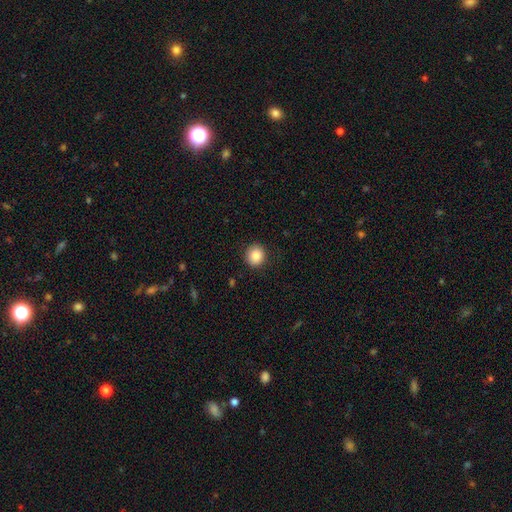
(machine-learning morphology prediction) Smooth or featured?
  - smooth: 86% *
  - star or artifact: 9%
  - featured or disk: 5%
How rounded?
  - round: 88% *
  - in between: 11%
  - cigar-shaped: 1%
Merging?
  - none: 90% *
  - minor disturbance: 7%
  - major disturbance: 2%
  - merger: 1%